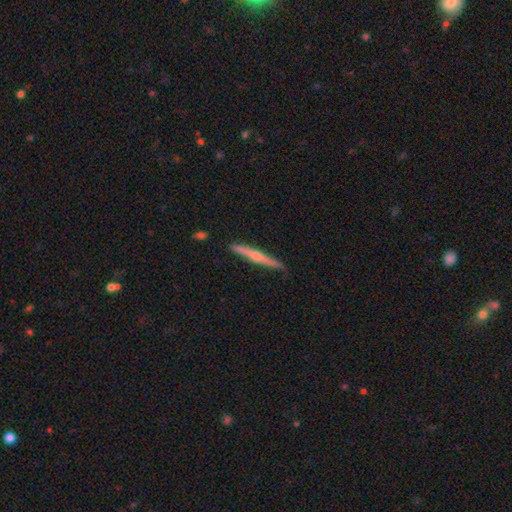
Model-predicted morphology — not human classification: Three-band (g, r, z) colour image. It shows a featured or disk galaxy (55%) viewed edge-on (97%) with a rounded central bulge (61%). Merging: none (88%).